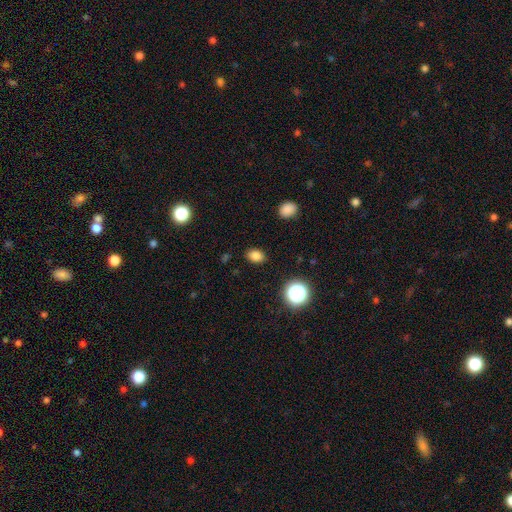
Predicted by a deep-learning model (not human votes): Q: Smooth or featured?
A: smooth (82%); runner-up: star or artifact (13%)
Q: How rounded?
A: in between (72%); runner-up: round (27%)
Q: Merging?
A: none (88%); runner-up: minor disturbance (8%)